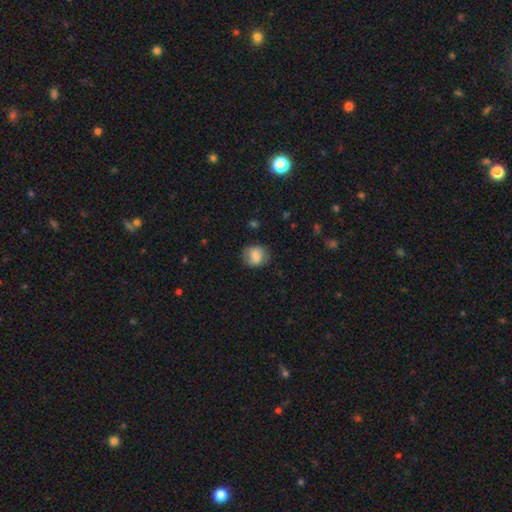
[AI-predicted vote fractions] Q: Smooth or featured?
A: smooth (74%); runner-up: featured or disk (18%)
Q: How rounded?
A: round (71%); runner-up: in between (28%)
Q: Merging?
A: none (77%); runner-up: minor disturbance (17%)